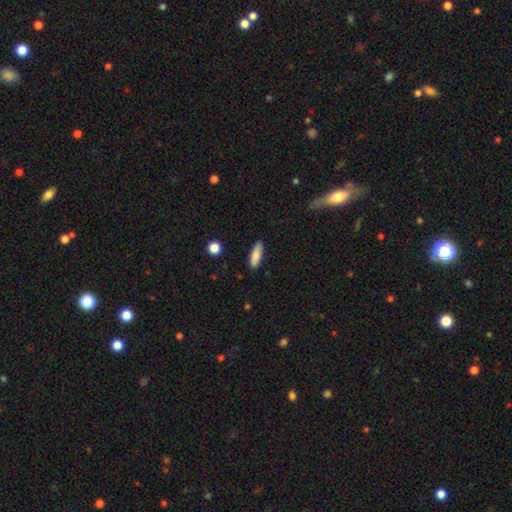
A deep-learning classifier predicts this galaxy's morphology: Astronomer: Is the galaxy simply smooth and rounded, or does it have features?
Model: smooth — 83%.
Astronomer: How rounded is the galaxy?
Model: in between — 52% (runner-up: cigar-shaped, 46%).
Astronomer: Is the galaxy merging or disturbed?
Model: none — 87%.